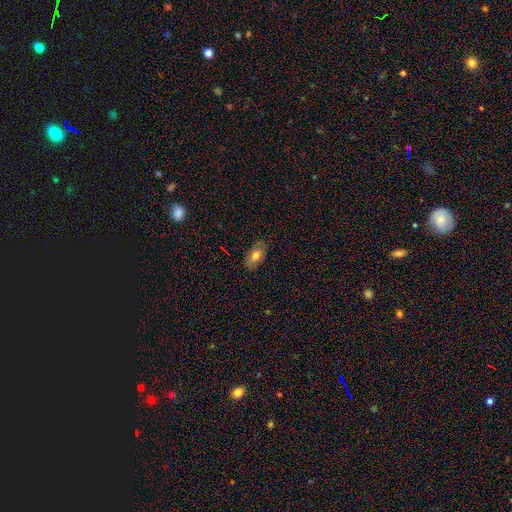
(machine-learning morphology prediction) type=smooth (71%); roundness=in between (91%); merging=none (83%).